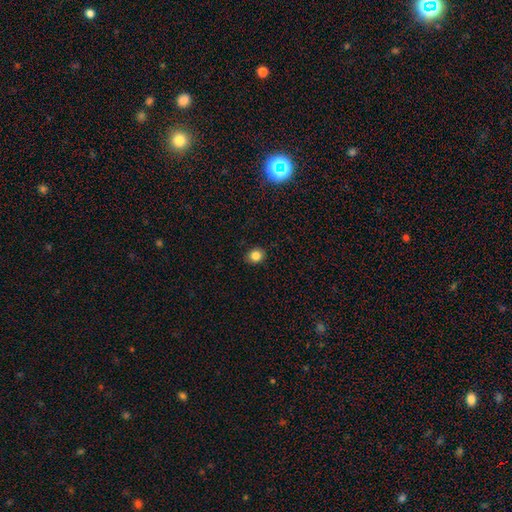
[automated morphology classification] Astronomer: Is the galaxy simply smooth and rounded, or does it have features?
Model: smooth — 84%.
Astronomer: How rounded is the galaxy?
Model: round — 72%.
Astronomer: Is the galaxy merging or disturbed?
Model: none — 90%.